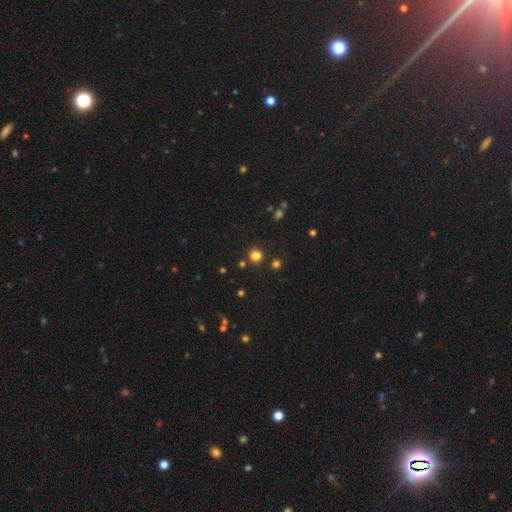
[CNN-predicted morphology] Smooth or featured? smooth (79%)
How rounded? round (91%)
Merging? none (86%)